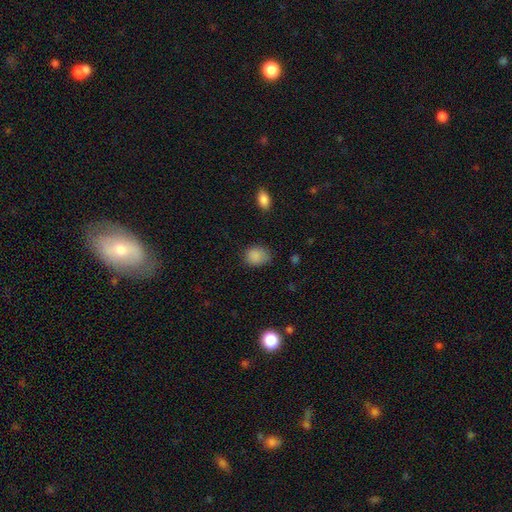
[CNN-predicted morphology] A smooth galaxy with no disk features (86%) that is round (55%).

Vote fractions:
- Smooth or featured? smooth: 86% / star or artifact: 10% / featured or disk: 4%
- How rounded? round: 55% / in between: 44% / cigar-shaped: 1%
- Merging? none: 69% / minor disturbance: 24% / major disturbance: 5% / merger: 2%